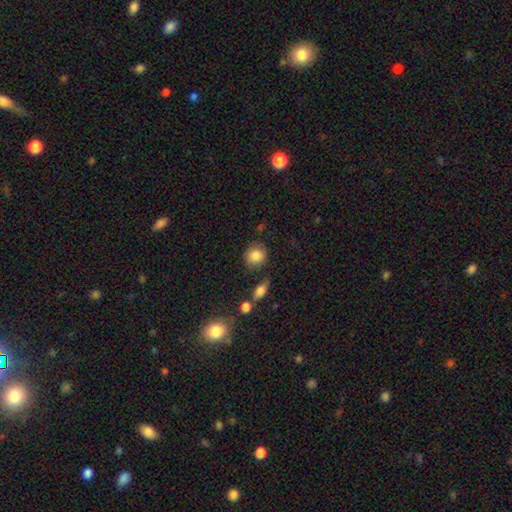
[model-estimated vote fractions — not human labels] Smooth or featured? smooth (84%)
How rounded? round (79%)
Merging? none (75%)